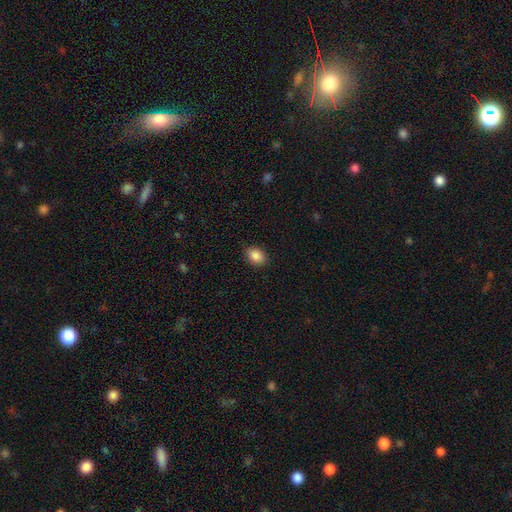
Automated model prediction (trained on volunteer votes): This appears to be a smooth galaxy with no disk features (88%) that is in between round and cigar-shaped (68%). Merging: none (87%).